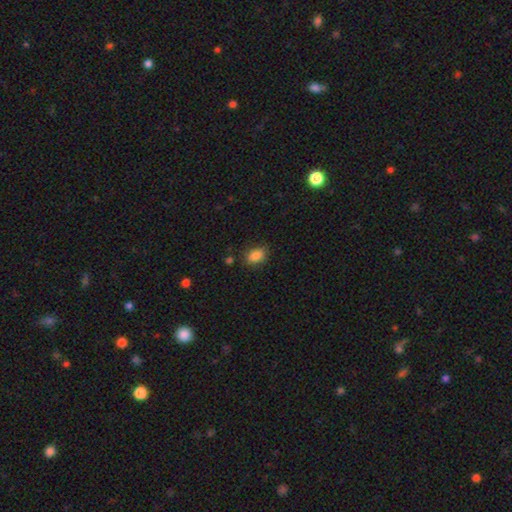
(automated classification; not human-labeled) smooth-or-featured: smooth: 85% | star or artifact: 9% | featured or disk: 6%
  how-rounded: in between: 80% | round: 19% | cigar-shaped: 2%
  merging: none: 82% | minor disturbance: 13% | major disturbance: 3% | merger: 2%